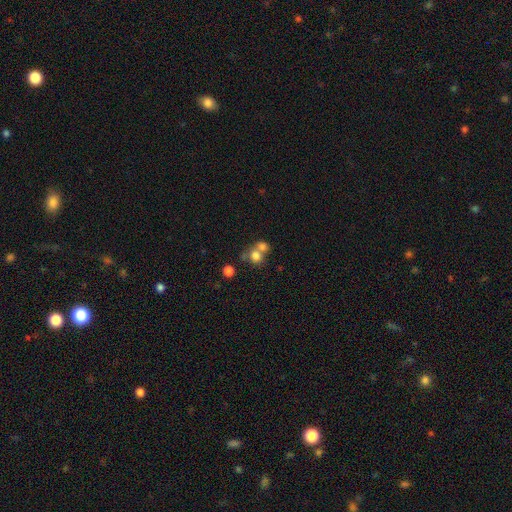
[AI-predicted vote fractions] Smooth or featured? Predicted: smooth (p=0.75). How rounded? Predicted: round (p=0.78). Merging? Predicted: merger (p=0.53).